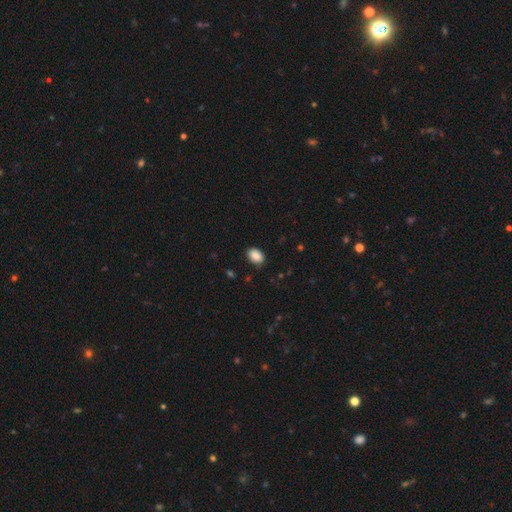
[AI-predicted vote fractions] smooth_or_featured: smooth (p=0.89) [alt: star or artifact p=0.08]
how_rounded: in between (p=0.82) [alt: round p=0.16]
merging: none (p=0.87) [alt: minor disturbance p=0.10]